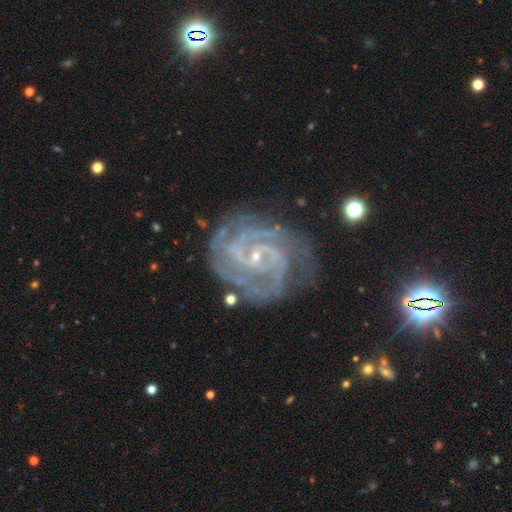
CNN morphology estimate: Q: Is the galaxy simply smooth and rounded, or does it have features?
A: featured or disk — 91%.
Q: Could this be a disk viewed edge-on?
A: no — 98%.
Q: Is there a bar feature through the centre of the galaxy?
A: no — 42%.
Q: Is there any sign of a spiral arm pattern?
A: yes — 98%.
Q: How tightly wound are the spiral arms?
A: tight — 66%.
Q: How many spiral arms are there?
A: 2 — 42%.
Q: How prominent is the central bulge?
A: small — 85%.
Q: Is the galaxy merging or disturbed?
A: none — 72%.